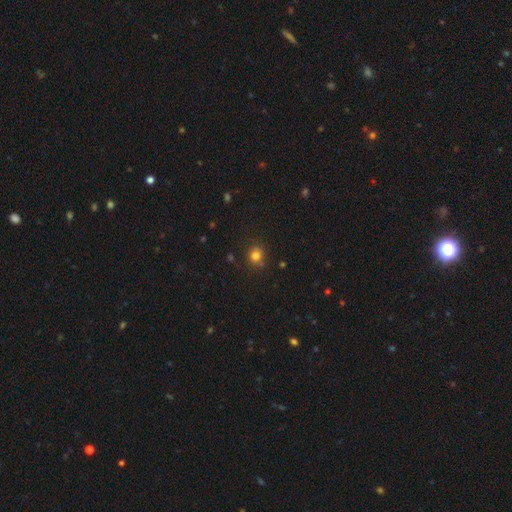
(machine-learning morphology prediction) Smooth or featured? smooth (79%)
How rounded? round (82%)
Merging? none (79%)